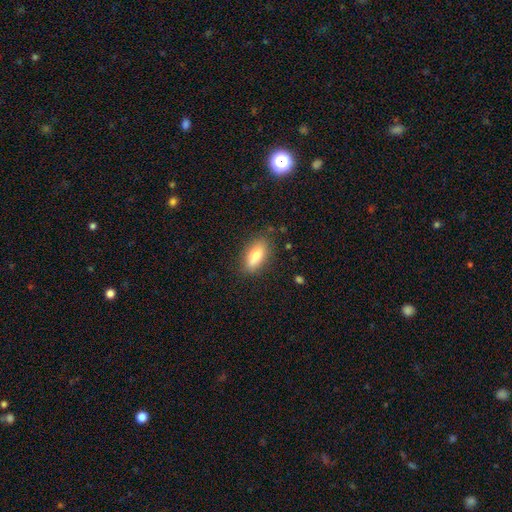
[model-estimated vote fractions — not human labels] The model was most divided on "how rounded": in between: 79%, cigar-shaped: 18%, round: 3%. More confident: merging — none (81%); smooth or featured — smooth (78%).